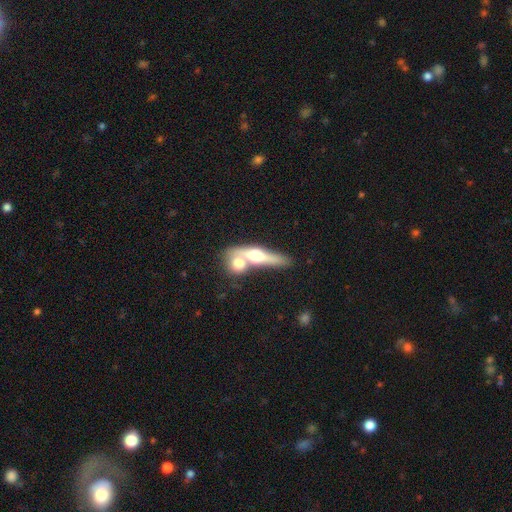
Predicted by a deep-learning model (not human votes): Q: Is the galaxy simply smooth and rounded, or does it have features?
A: featured or disk — 51%.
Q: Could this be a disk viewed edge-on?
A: yes — 80%.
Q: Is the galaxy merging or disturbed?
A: merger — 55%.